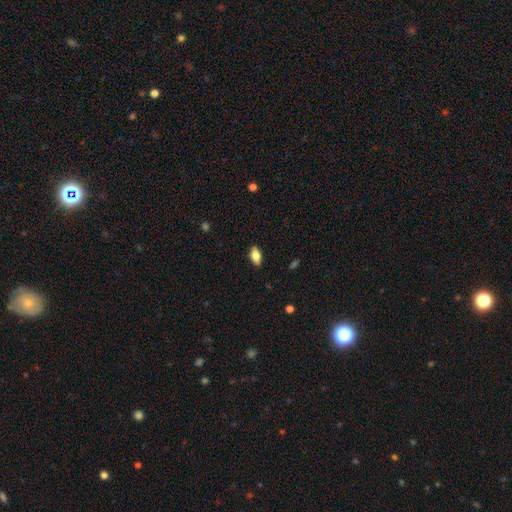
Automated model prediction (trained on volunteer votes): The model was most divided on "smooth or featured": smooth: 75%, featured or disk: 18%, star or artifact: 7%. More confident: merging — none (88%); how rounded — in between (87%).